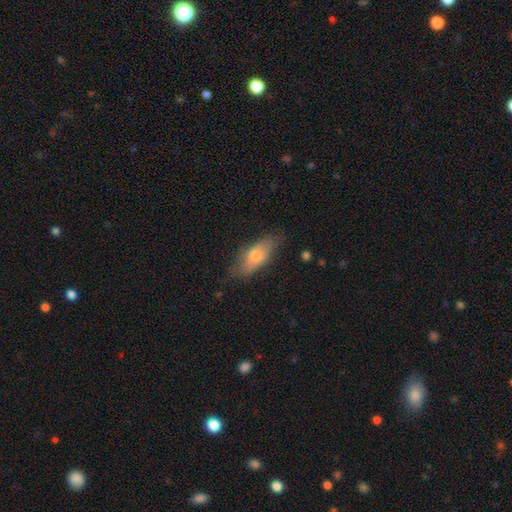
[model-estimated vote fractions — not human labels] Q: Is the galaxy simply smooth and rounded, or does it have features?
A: smooth — 65%.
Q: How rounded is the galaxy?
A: in between — 68%.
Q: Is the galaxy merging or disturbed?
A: none — 73%.